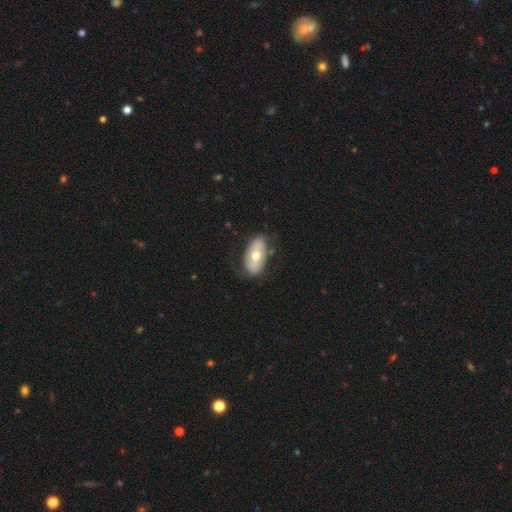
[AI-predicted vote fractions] A smooth galaxy with no disk features (54%) that is in between round and cigar-shaped (92%).

Vote fractions:
- Smooth or featured? smooth: 54% / featured or disk: 41% / star or artifact: 6%
- How rounded? in between: 92% / round: 4% / cigar-shaped: 3%
- Merging? none: 72% / minor disturbance: 21% / major disturbance: 5% / merger: 2%